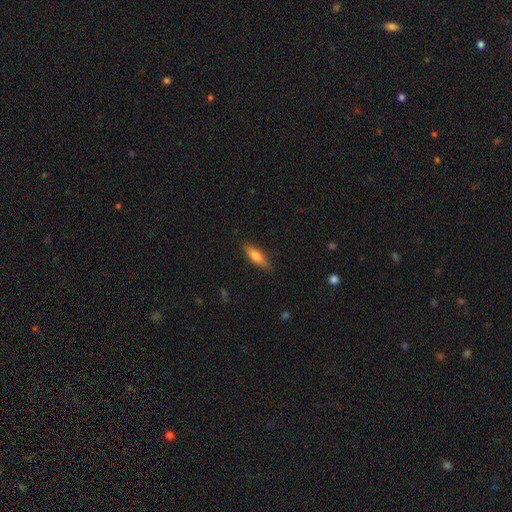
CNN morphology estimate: The model was most divided on "how rounded": cigar-shaped: 54%, in between: 43%, round: 2%. More confident: merging — none (85%); smooth or featured — smooth (69%).